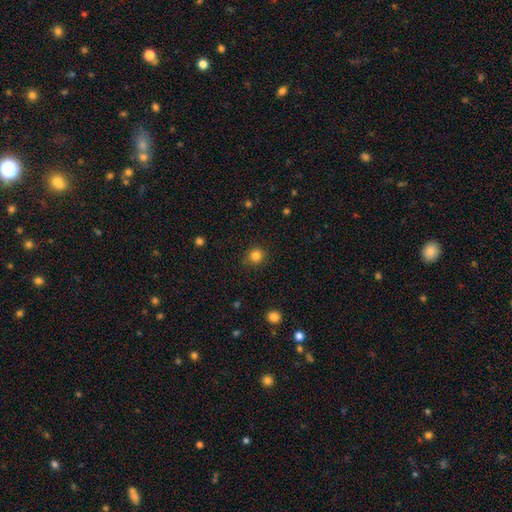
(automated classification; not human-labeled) Smooth or featured? Predicted: smooth (p=0.83). How rounded? Predicted: round (p=0.89). Merging? Predicted: none (p=0.89).